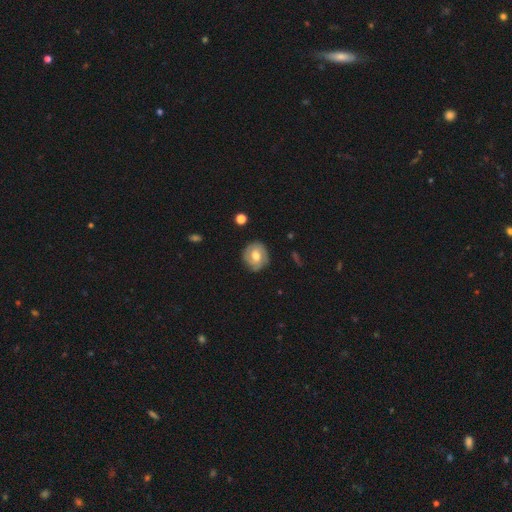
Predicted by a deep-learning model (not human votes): smooth_or_featured: featured or disk (p=0.56) [alt: smooth p=0.37]
disk_edge_on: no (p=0.97) [alt: yes p=0.03]
bar: no (p=0.55) [alt: weak p=0.37]
has_spiral_arms: yes (p=0.79) [alt: no p=0.21]
bulge_size: moderate (p=0.74) [alt: large p=0.12]
merging: none (p=0.77) [alt: minor disturbance p=0.17]